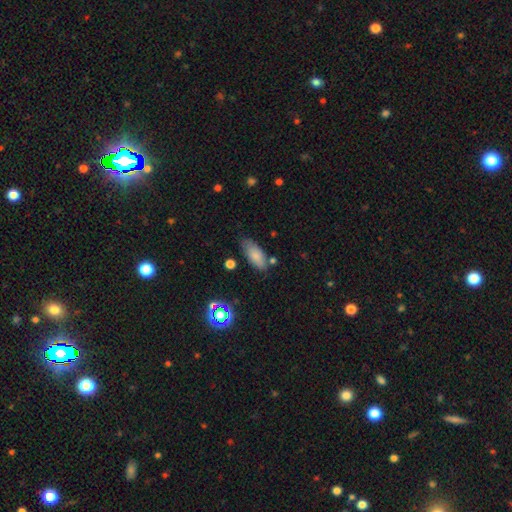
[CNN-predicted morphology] Smooth or featured? Predicted: smooth (p=0.81). How rounded? Predicted: in between (p=0.83). Merging? Predicted: none (p=0.70).